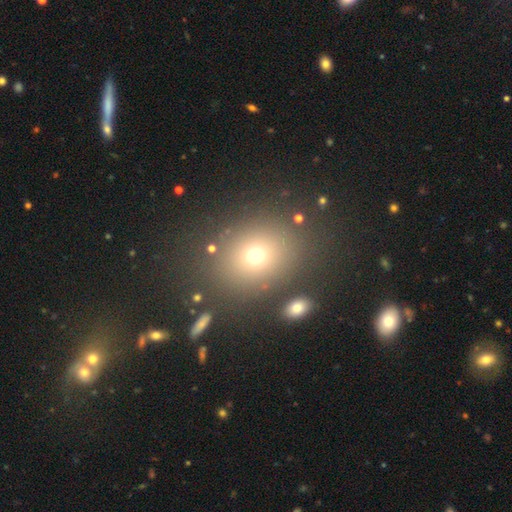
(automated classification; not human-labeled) smooth_or_featured: smooth (p=0.69) [alt: star or artifact p=0.19]
how_rounded: round (p=0.62) [alt: in between p=0.37]
merging: none (p=0.82) [alt: minor disturbance p=0.09]